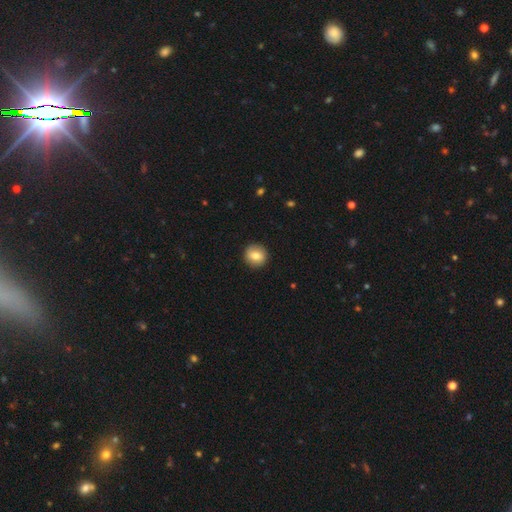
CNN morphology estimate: Q: Smooth or featured?
A: smooth (78%); runner-up: featured or disk (14%)
Q: How rounded?
A: round (91%); runner-up: in between (8%)
Q: Merging?
A: none (91%); runner-up: minor disturbance (6%)